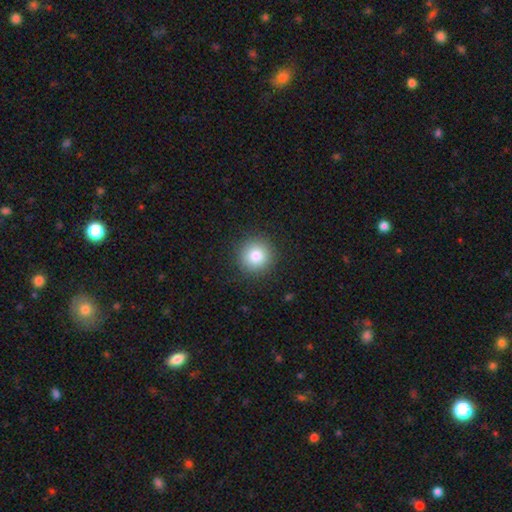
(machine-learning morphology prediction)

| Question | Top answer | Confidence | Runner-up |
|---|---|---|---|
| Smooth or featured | smooth | 83% | star or artifact (10%) |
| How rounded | round | 95% | in between (4%) |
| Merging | none | 91% | minor disturbance (6%) |